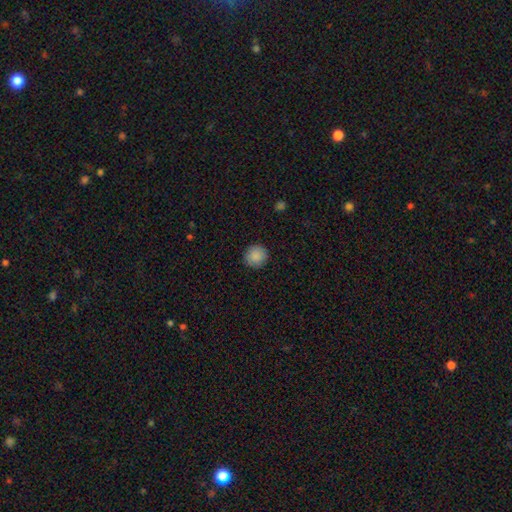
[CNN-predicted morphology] This appears to be a smooth galaxy with no disk features (88%) that is round (93%). Merging: none (90%).